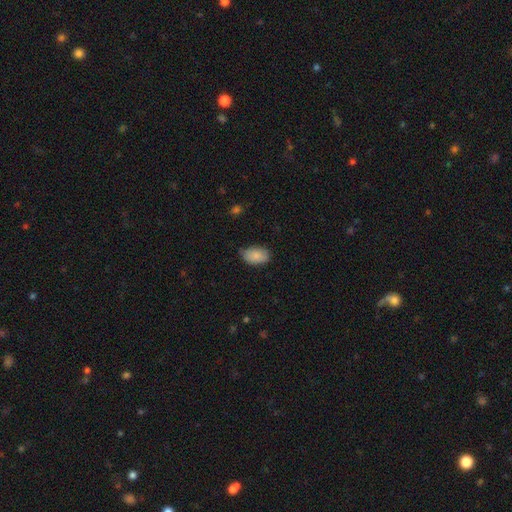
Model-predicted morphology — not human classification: A smooth galaxy with no disk features (87%) that is in between round and cigar-shaped (92%). Merging: none (66%).